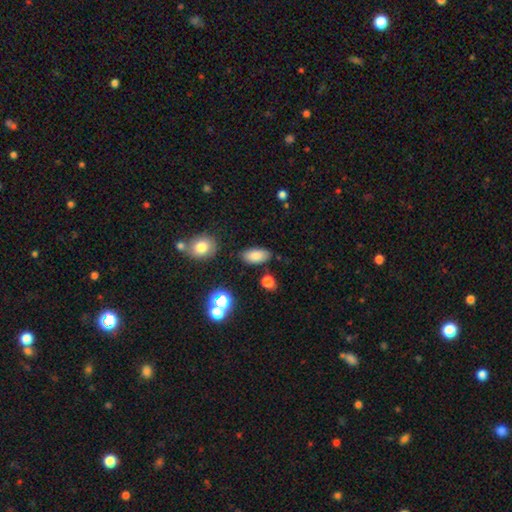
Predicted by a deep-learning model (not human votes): A smooth galaxy with no disk features (81%) that is in between round and cigar-shaped (91%).

Vote fractions:
- Smooth or featured? smooth: 81% / star or artifact: 11% / featured or disk: 8%
- How rounded? in between: 91% / round: 4% / cigar-shaped: 4%
- Merging? none: 82% / minor disturbance: 11% / merger: 4% / major disturbance: 3%